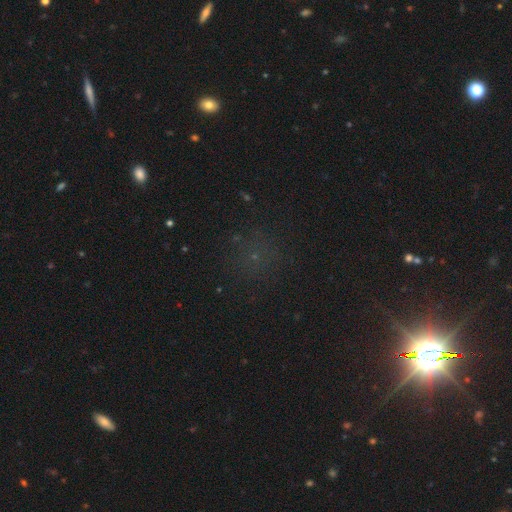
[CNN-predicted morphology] The model was most divided on "smooth or featured": star or artifact: 57%, smooth: 32%, featured or disk: 11%.